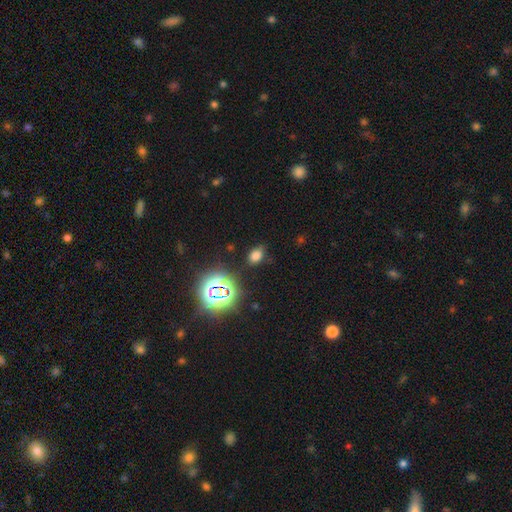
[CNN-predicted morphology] A smooth galaxy with no disk features (66%) that is in between round and cigar-shaped (77%).

Vote fractions:
- Smooth or featured? smooth: 66% / star or artifact: 27% / featured or disk: 6%
- How rounded? in between: 77% / round: 21% / cigar-shaped: 2%
- Merging? none: 79% / minor disturbance: 14% / major disturbance: 4% / merger: 2%